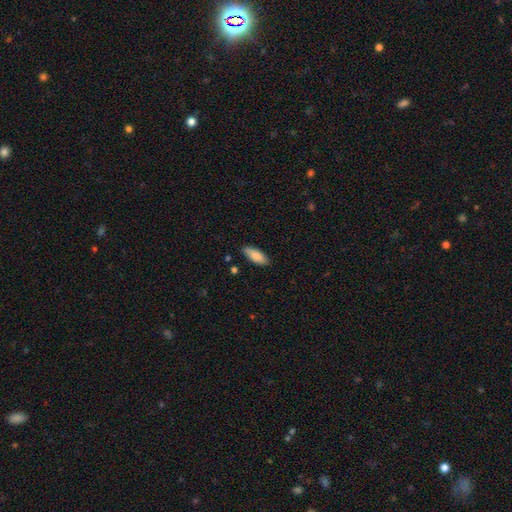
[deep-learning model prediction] Smooth or featured? Predicted: smooth (p=0.86). How rounded? Predicted: in between (p=0.74). Merging? Predicted: none (p=0.84).